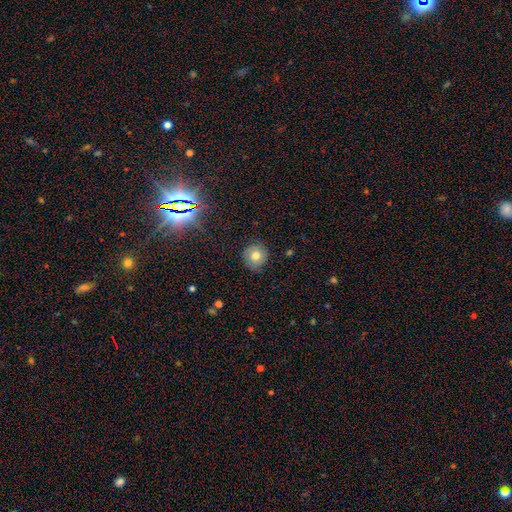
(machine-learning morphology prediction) Q: Smooth or featured?
A: smooth (72%); runner-up: featured or disk (14%)
Q: How rounded?
A: round (89%); runner-up: in between (10%)
Q: Merging?
A: none (84%); runner-up: minor disturbance (12%)